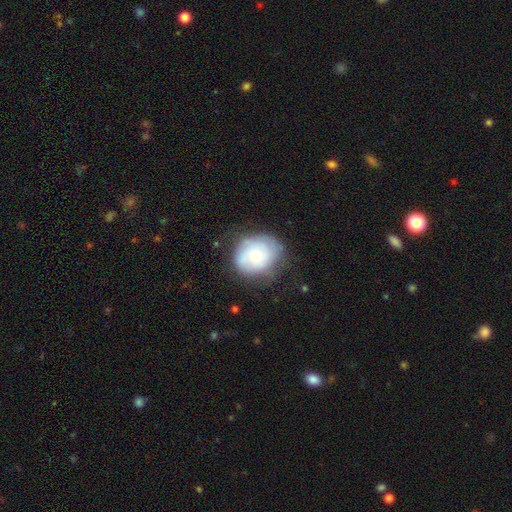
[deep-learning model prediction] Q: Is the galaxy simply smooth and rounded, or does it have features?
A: smooth — 59%.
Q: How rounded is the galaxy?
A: round — 64%.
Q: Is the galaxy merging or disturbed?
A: none — 59%.